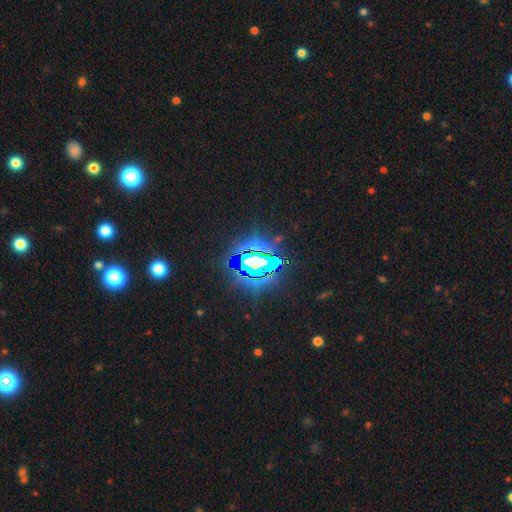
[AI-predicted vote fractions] star or artifact 72%, featured or disk 14%, smooth 14%.